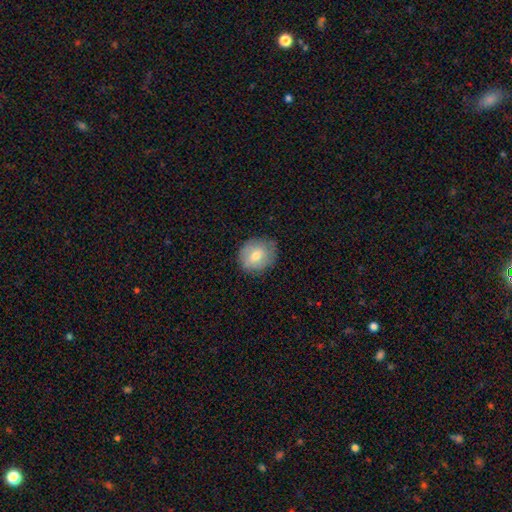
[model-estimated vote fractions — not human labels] The model was most divided on "smooth or featured": smooth: 70%, featured or disk: 22%, star or artifact: 9%. More confident: merging — none (81%); how rounded — round (75%).